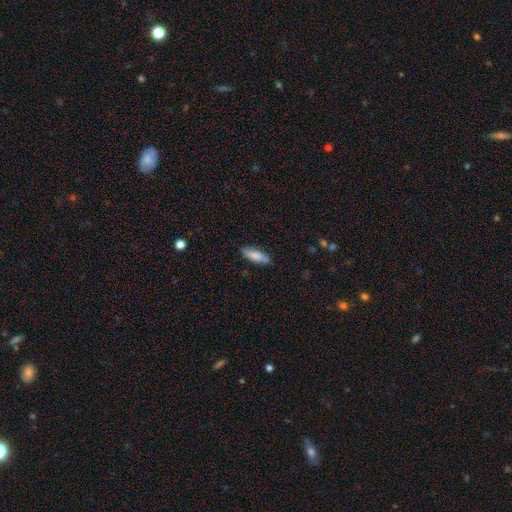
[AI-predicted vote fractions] Q: Smooth or featured?
A: smooth (79%); runner-up: featured or disk (15%)
Q: How rounded?
A: cigar-shaped (50%); runner-up: in between (48%)
Q: Merging?
A: none (84%); runner-up: minor disturbance (12%)